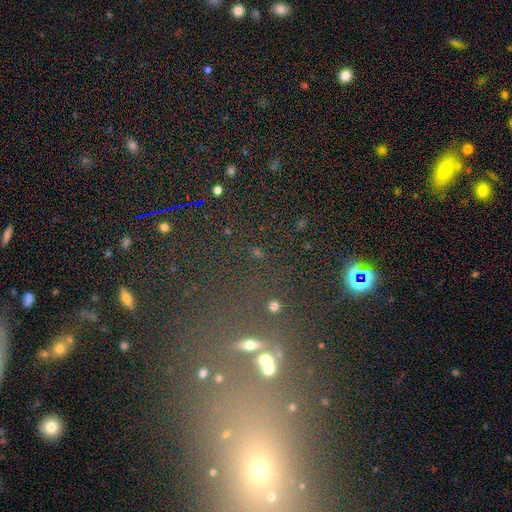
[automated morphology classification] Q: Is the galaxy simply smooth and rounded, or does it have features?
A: star or artifact — 59%.